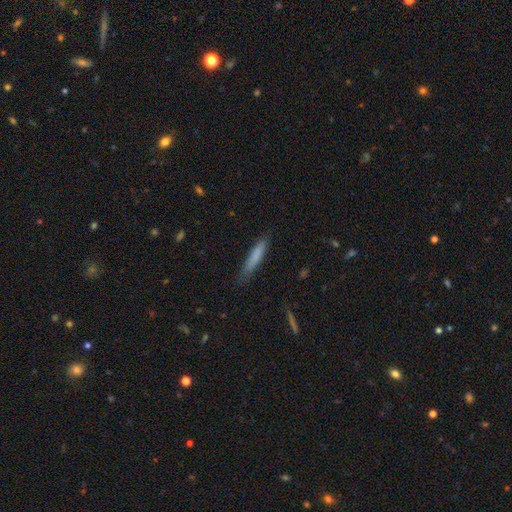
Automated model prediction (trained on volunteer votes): A smooth galaxy with no disk features (77%) that is cigar-shaped (89%).

Vote fractions:
- Smooth or featured? smooth: 77% / featured or disk: 16% / star or artifact: 7%
- How rounded? cigar-shaped: 89% / in between: 10% / round: 1%
- Merging? none: 74% / minor disturbance: 21% / major disturbance: 4% / merger: 2%